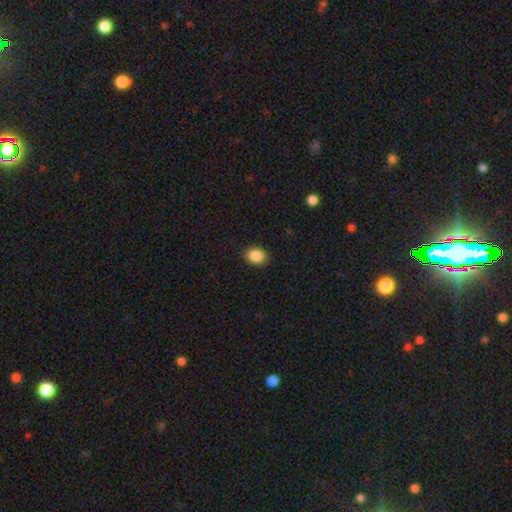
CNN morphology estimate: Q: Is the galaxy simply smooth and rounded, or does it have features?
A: smooth — 87%.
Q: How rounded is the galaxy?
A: round — 50%.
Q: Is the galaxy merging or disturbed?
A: none — 87%.